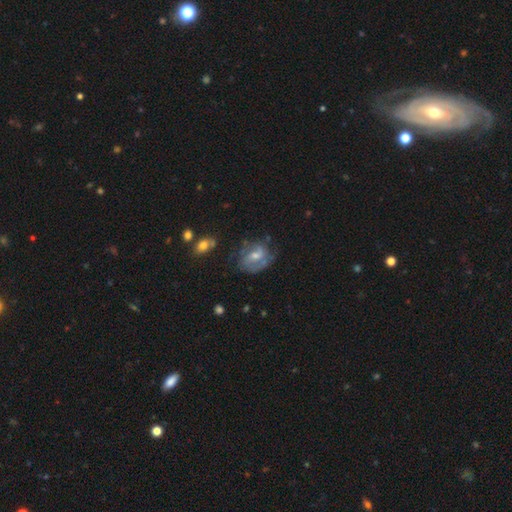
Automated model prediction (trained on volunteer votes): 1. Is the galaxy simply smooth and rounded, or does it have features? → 69% featured or disk, 24% smooth, 7% star or artifact.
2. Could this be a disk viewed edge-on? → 97% no, 3% yes.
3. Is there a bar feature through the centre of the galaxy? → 49% weak, 39% no, 13% strong.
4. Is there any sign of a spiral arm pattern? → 83% yes, 17% no.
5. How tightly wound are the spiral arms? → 43% medium, 37% tight, 20% loose.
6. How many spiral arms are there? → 57% 2, 24% can't tell, 10% 1, 7% 3, 2% 4, 2% more than 4.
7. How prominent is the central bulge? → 50% moderate, 43% small, 3% none, 3% large, 1% dominant.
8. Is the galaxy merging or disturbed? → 59% none, 25% minor disturbance, 13% major disturbance, 3% merger.